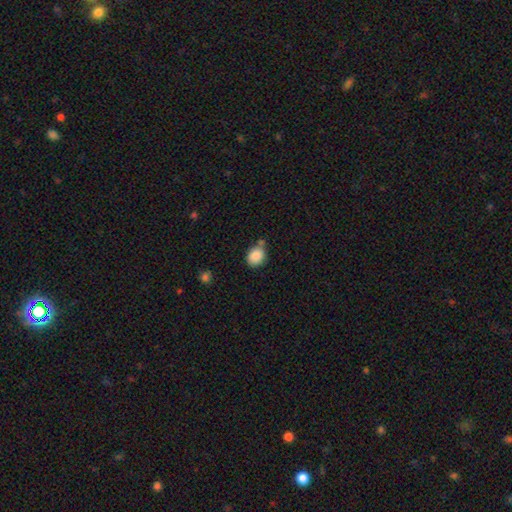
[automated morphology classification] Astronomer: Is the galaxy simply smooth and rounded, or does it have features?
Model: smooth — 88%.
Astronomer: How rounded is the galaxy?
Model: round — 55% (runner-up: in between, 44%).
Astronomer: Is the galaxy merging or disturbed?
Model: none — 62%.